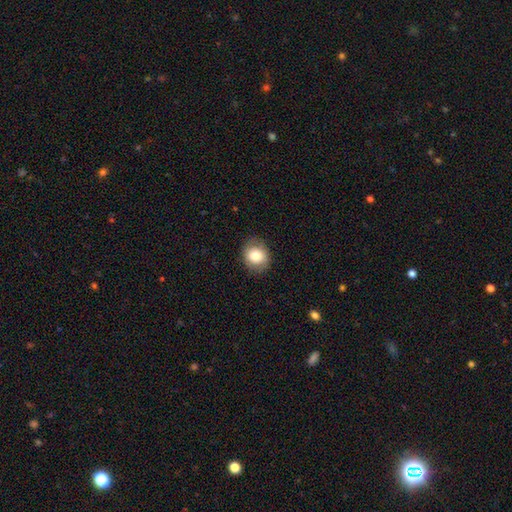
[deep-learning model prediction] Smooth or featured?
  - smooth: 77% *
  - featured or disk: 14%
  - star or artifact: 9%
How rounded?
  - round: 66% *
  - in between: 33%
  - cigar-shaped: 1%
Merging?
  - none: 84% *
  - minor disturbance: 12%
  - major disturbance: 3%
  - merger: 1%